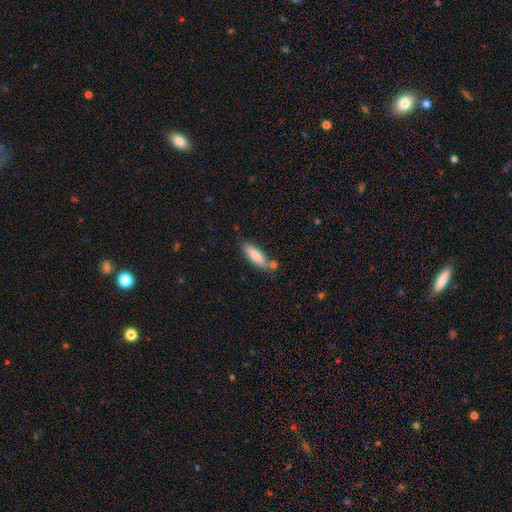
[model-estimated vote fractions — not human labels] Smooth or featured? smooth (81%)
How rounded? in between (52%)
Merging? none (57%)